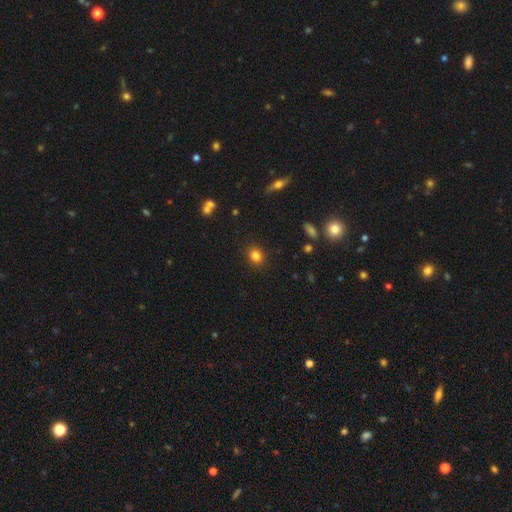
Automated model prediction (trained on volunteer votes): Smooth or featured? Predicted: smooth (p=0.83). How rounded? Predicted: round (p=0.71). Merging? Predicted: none (p=0.89).